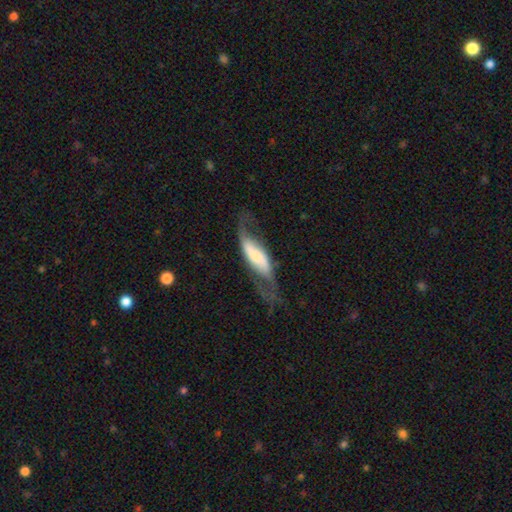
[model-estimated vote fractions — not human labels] A featured or disk galaxy (64%).

Vote fractions:
- Smooth or featured? featured or disk: 64% / smooth: 29% / star or artifact: 7%
- Edge-on disk? no: 77% / yes: 23%
- Merging? none: 51% / major disturbance: 24% / minor disturbance: 23% / merger: 3%